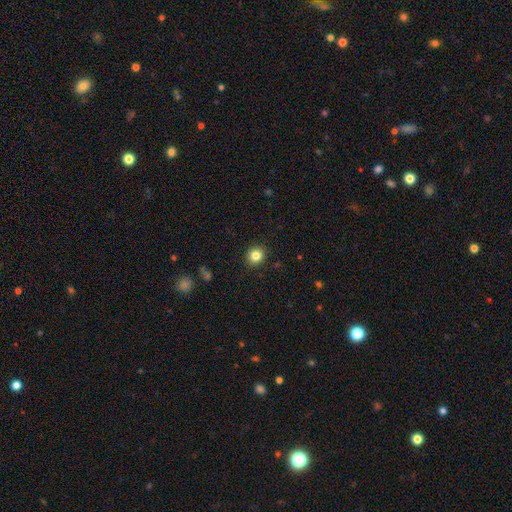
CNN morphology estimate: type=smooth (83%); roundness=round (84%); merging=none (91%).